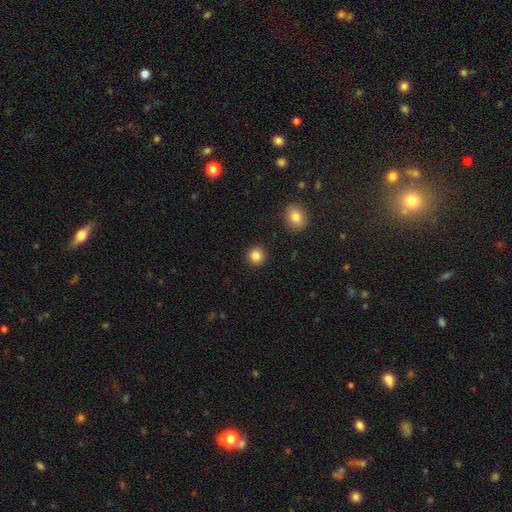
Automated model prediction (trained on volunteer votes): A smooth galaxy with no disk features (85%) that is round (93%). Merging: none (92%).